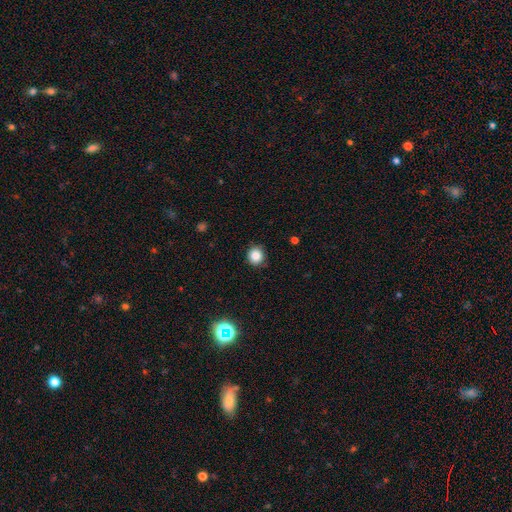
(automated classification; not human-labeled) A smooth galaxy with no disk features (84%) that is round (91%). Merging: none (89%).